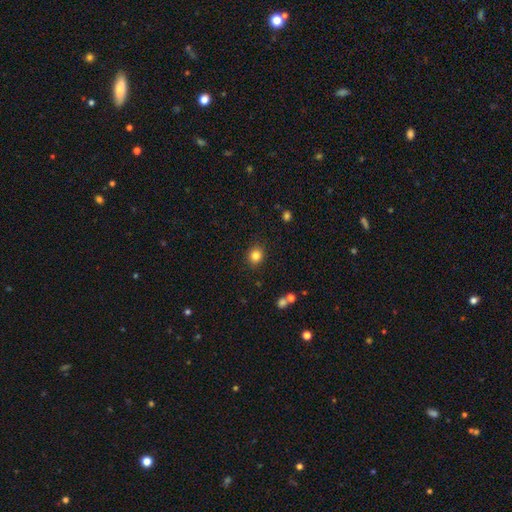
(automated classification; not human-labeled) smooth 84%, star or artifact 11%, featured or disk 5%. Down the decision tree: how rounded — round (76%); merging — none (89%).